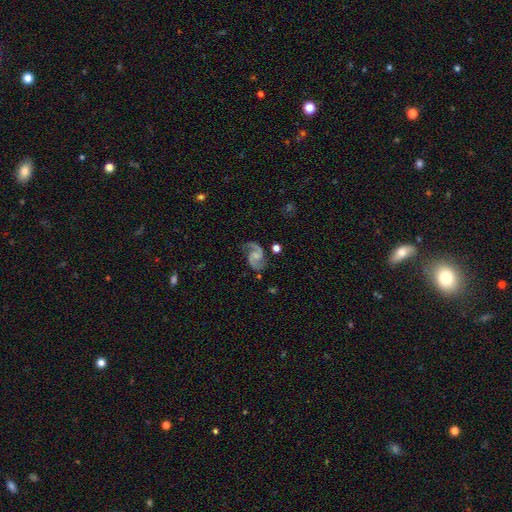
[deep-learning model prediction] This appears to be a featured or disk galaxy (89%) with no bar (52%), 2 (92%) medium (55%) spiral arms (98%) and a small central bulge (40%). Merging: none (75%).